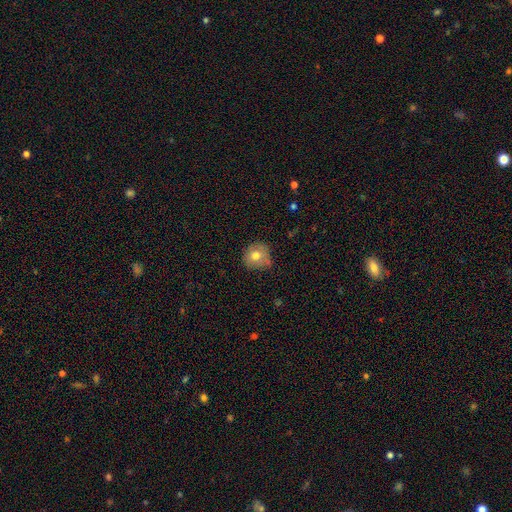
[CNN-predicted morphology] Smooth or featured: smooth — 73% (featured or disk — 17%)
How rounded: round — 88% (in between — 11%)
Merging: none — 66% (minor disturbance — 26%)